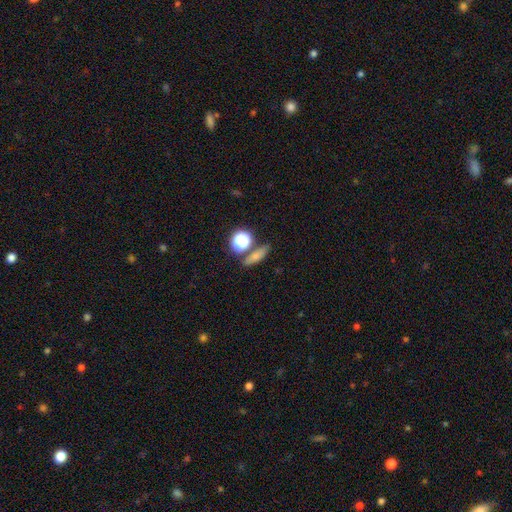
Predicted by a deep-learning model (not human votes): A smooth galaxy with no disk features (65%) that is cigar-shaped (42%).

Vote fractions:
- Smooth or featured? smooth: 65% / featured or disk: 18% / star or artifact: 17%
- How rounded? cigar-shaped: 42% / in between: 34% / round: 25%
- Merging? none: 73% / merger: 12% / minor disturbance: 11% / major disturbance: 4%